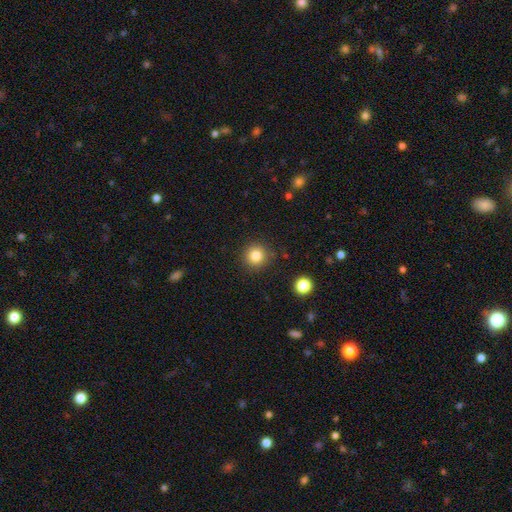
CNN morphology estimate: Smooth or featured?
  - smooth: 82% *
  - star or artifact: 12%
  - featured or disk: 6%
How rounded?
  - round: 94% *
  - in between: 5%
  - cigar-shaped: 1%
Merging?
  - none: 89% *
  - minor disturbance: 6%
  - major disturbance: 2%
  - merger: 2%